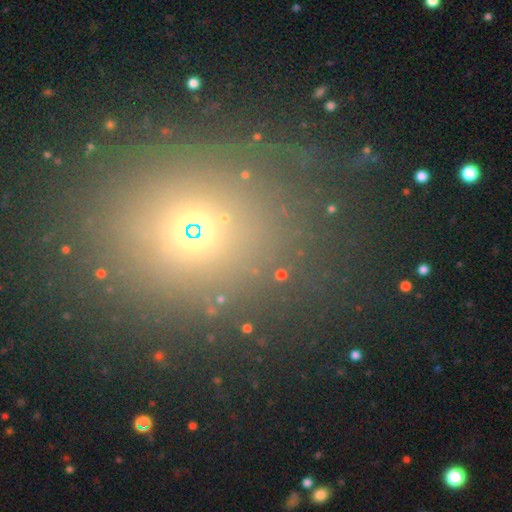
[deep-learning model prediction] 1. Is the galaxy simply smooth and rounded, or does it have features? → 45% smooth, 43% star or artifact, 13% featured or disk.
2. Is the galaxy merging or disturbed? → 80% none, 10% minor disturbance, 6% major disturbance, 4% merger.